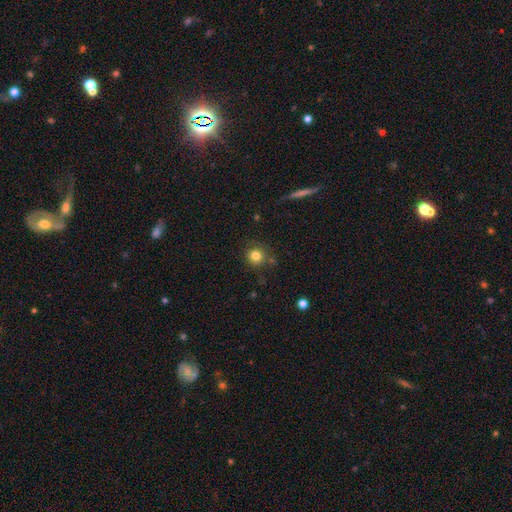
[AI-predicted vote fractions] Smooth or featured?
  - smooth: 81% *
  - star or artifact: 12%
  - featured or disk: 7%
How rounded?
  - round: 91% *
  - in between: 8%
  - cigar-shaped: 1%
Merging?
  - none: 79% *
  - minor disturbance: 13%
  - merger: 4%
  - major disturbance: 4%